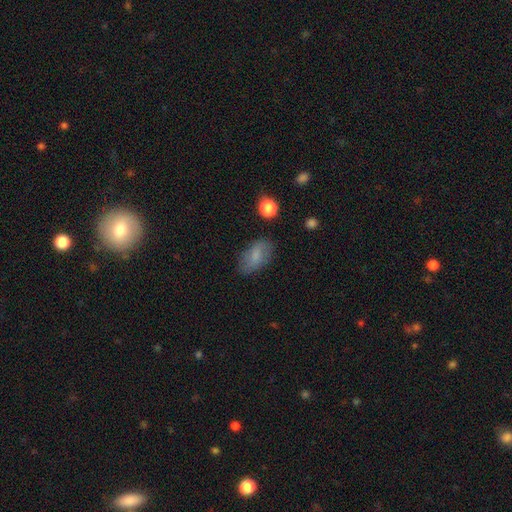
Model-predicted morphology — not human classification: type=smooth (75%); roundness=in between (92%); merging=none (77%).